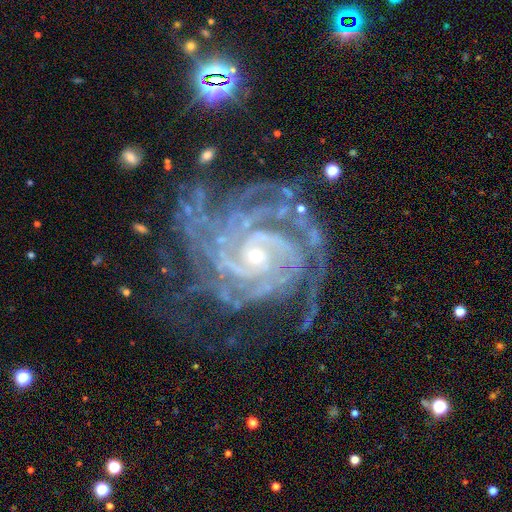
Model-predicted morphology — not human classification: featured or disk 92%, star or artifact 5%, smooth 2%. Down the decision tree: edge-on disk — no (98%); bar — no (67%); spiral arms — yes (99%); spiral arm count — 4 (21%); spiral winding — tight (73%); bulge size — small (64%); merging — none (65%).